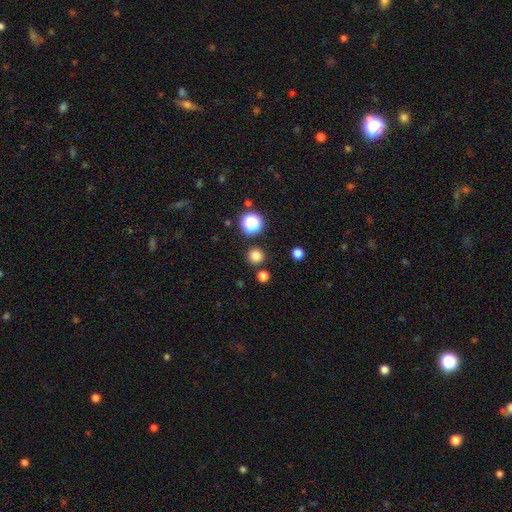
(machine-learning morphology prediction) smooth-or-featured: smooth: 80% | star or artifact: 17% | featured or disk: 4%
  how-rounded: round: 94% | in between: 5% | cigar-shaped: 1%
  merging: none: 87% | minor disturbance: 6% | merger: 5% | major disturbance: 2%